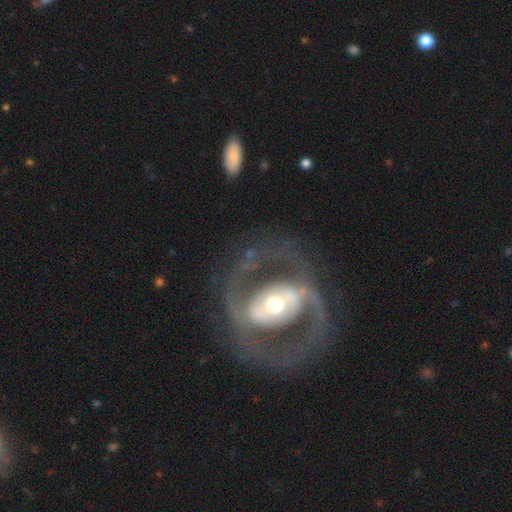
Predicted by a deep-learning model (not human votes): Overall: featured or disk (87%). Edge-on disk: no (96%). Bar: strong (48%; weak 28%). Spiral arms: yes (82%). Spiral arm count: 2 (87%). Spiral winding: medium (50%; tight 33%). Bulge size: moderate (51%; small 36%). Merging: none (75%).